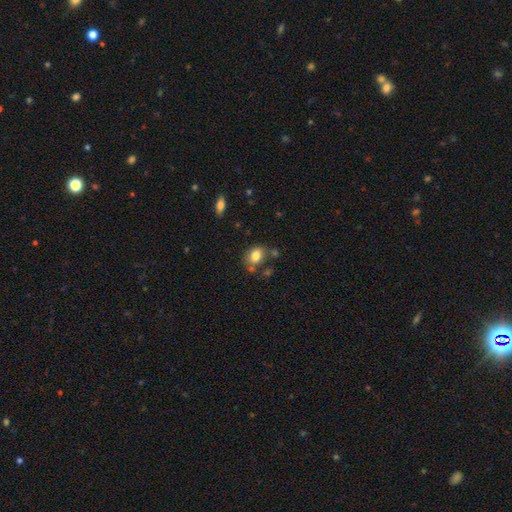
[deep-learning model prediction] A smooth galaxy with no disk features (80%) that is in between round and cigar-shaped (62%). Merging: none (63%).